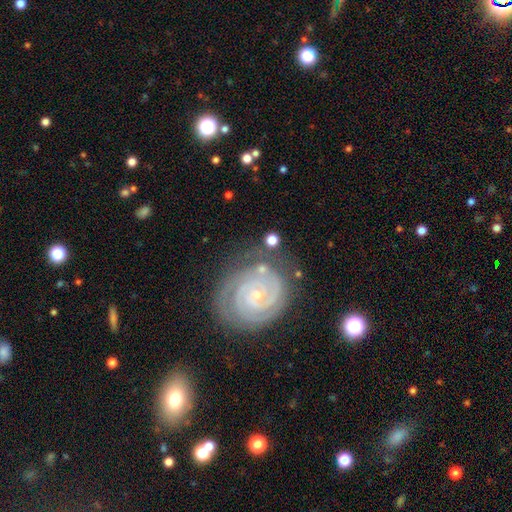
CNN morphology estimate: A featured or disk galaxy (65%) with no bar (76%), tight (80%) spiral arms (86%) and a small central bulge (75%). Merging: none (78%).